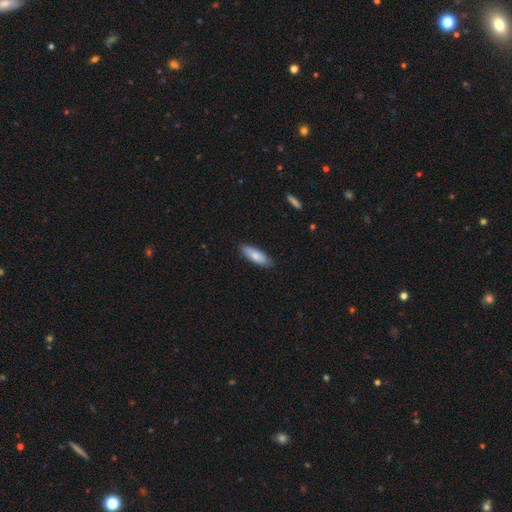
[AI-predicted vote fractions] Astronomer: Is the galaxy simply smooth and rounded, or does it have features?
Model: smooth — 80%.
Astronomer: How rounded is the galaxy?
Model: in between — 59% (runner-up: cigar-shaped, 39%).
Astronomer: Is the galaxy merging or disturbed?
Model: none — 85%.